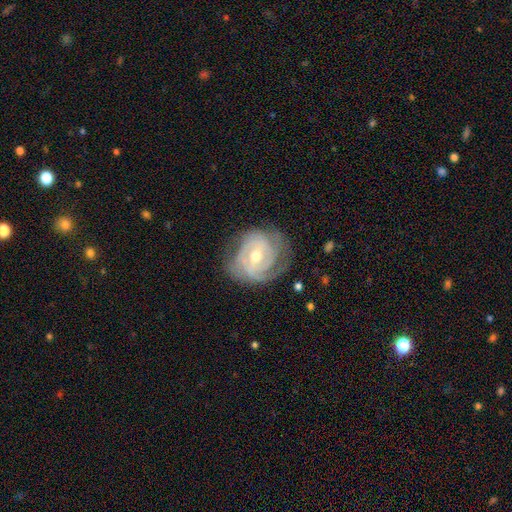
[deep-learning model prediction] Smooth or featured?
  - featured or disk: 85% *
  - smooth: 10%
  - star or artifact: 5%
Edge-on disk?
  - no: 97% *
  - yes: 3%
Bar?
  - no: 44% *
  - weak: 42%
  - strong: 14%
Spiral arms?
  - yes: 94% *
  - no: 6%
Spiral winding?
  - tight: 70% *
  - medium: 24%
  - loose: 6%
Spiral arm count?
  - 2: 33% *
  - can't tell: 28%
  - 3: 23%
  - 1: 6%
  - 4: 6%
  - more than 4: 4%
Bulge size?
  - moderate: 62% *
  - small: 35%
  - large: 2%
  - none: 1%
  - dominant: 1%
Merging?
  - none: 68% *
  - minor disturbance: 21%
  - major disturbance: 10%
  - merger: 1%